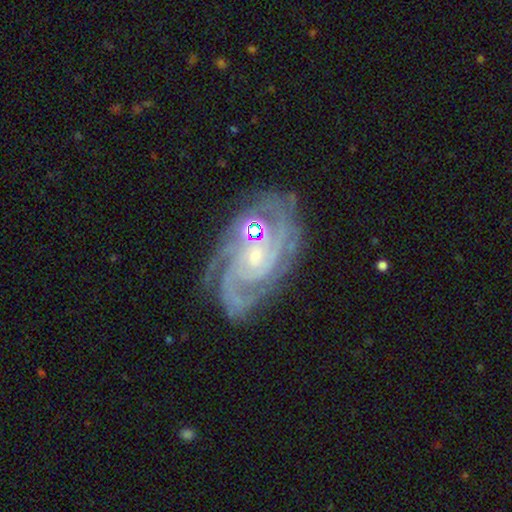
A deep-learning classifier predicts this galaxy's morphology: This is clearly a featured or disk galaxy (89%). It is clearly not viewed edge-on (96%). Bar: likely no (61%). Spiral arm pattern: clearly yes (98%). Spiral arm count: marginally 3 (31%). Spiral winding: likely tight (74%). Central bulge: likely small (68%). Merging: likely none (69%).